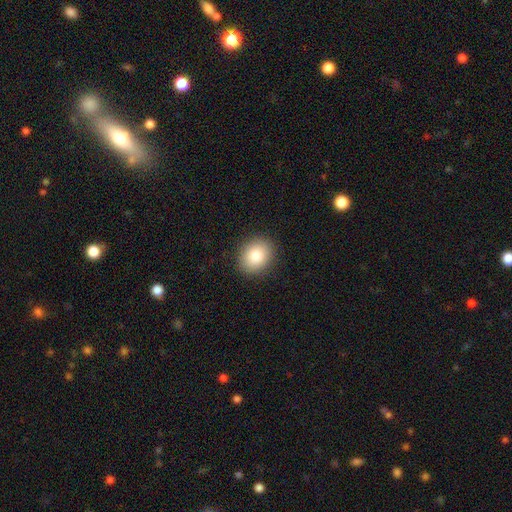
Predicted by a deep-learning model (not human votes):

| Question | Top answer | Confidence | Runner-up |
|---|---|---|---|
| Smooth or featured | smooth | 84% | star or artifact (8%) |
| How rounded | round | 55% | in between (44%) |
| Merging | none | 90% | minor disturbance (7%) |